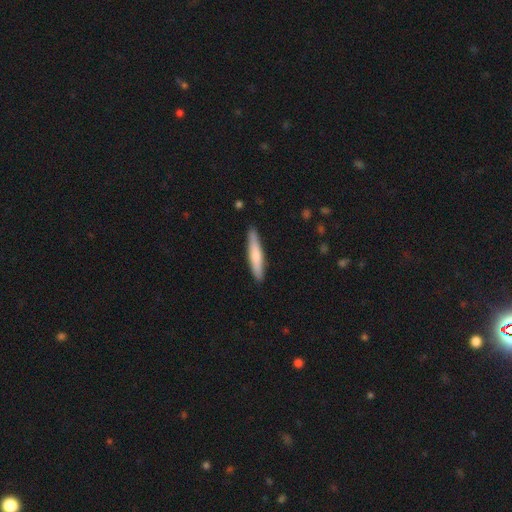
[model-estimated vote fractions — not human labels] A smooth galaxy with no disk features (67%) that is cigar-shaped (91%). Merging: none (89%).